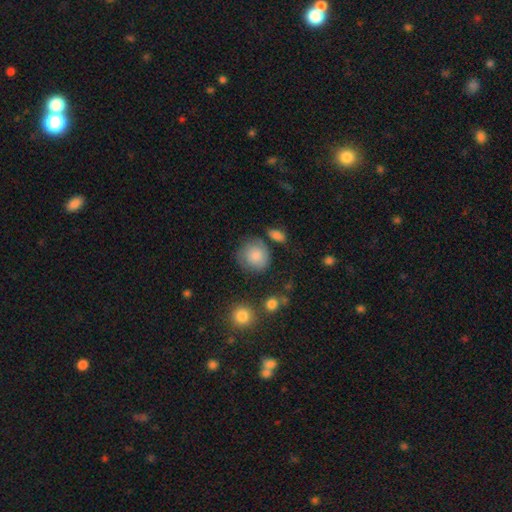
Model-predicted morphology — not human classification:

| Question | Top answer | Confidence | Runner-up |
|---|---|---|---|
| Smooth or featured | smooth | 79% | featured or disk (13%) |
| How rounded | round | 84% | in between (15%) |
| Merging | none | 65% | minor disturbance (21%) |